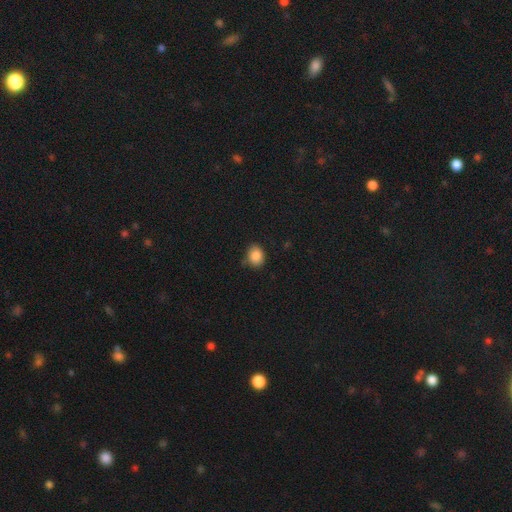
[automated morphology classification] smooth-or-featured: smooth: 86% | star or artifact: 9% | featured or disk: 5%
  how-rounded: round: 53% | in between: 46% | cigar-shaped: 1%
  merging: none: 74% | minor disturbance: 21% | major disturbance: 3% | merger: 2%